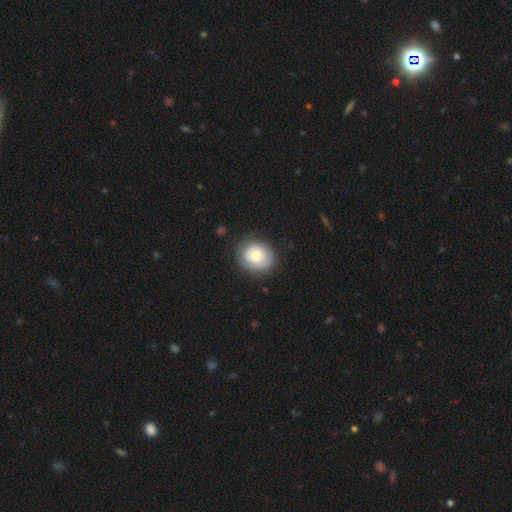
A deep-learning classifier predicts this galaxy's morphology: A smooth galaxy with no disk features (63%) that is round (72%).

Vote fractions:
- Smooth or featured? smooth: 63% / featured or disk: 30% / star or artifact: 7%
- How rounded? round: 72% / in between: 27% / cigar-shaped: 1%
- Merging? none: 77% / minor disturbance: 16% / major disturbance: 5% / merger: 1%